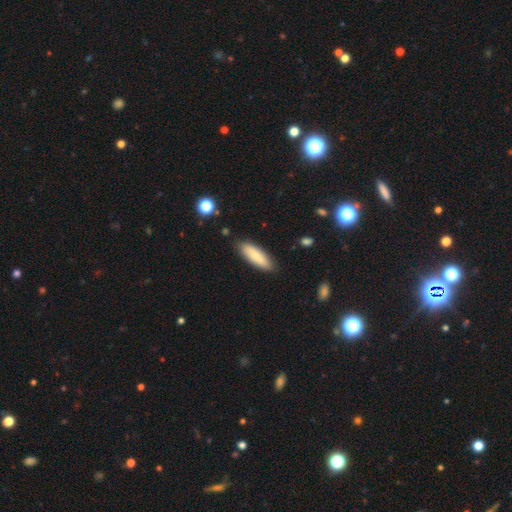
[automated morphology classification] type=smooth (79%); roundness=in between (53%); merging=none (85%).